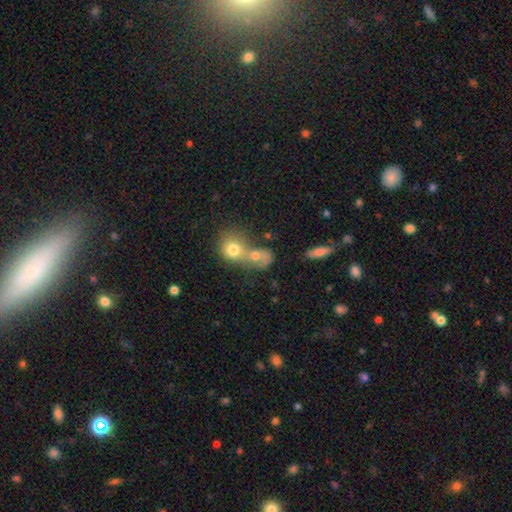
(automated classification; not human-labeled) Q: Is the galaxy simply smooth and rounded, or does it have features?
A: smooth — 70%.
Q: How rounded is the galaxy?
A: round — 57%.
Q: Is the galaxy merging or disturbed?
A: merger — 73%.